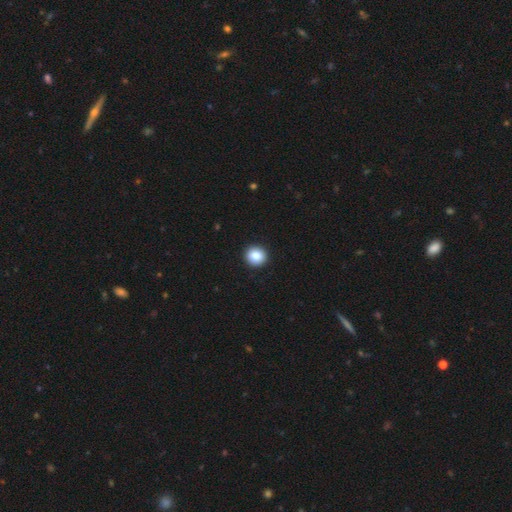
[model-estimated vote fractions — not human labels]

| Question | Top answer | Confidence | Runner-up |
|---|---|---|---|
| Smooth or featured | smooth | 85% | star or artifact (9%) |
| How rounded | round | 91% | in between (8%) |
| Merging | none | 93% | minor disturbance (4%) |